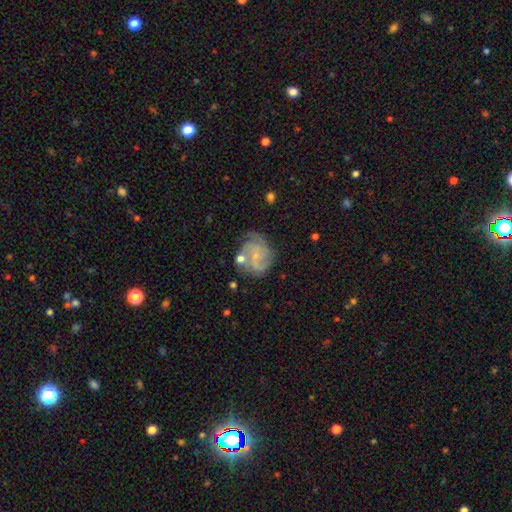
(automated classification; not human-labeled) Morphology: type=featured or disk (79%); edge-on=no (98%); bar=no (63%); spiral arms=yes (94%); winding=medium (45%); arm count=3 (36%); bulge=small (73%); merging=none (63%).